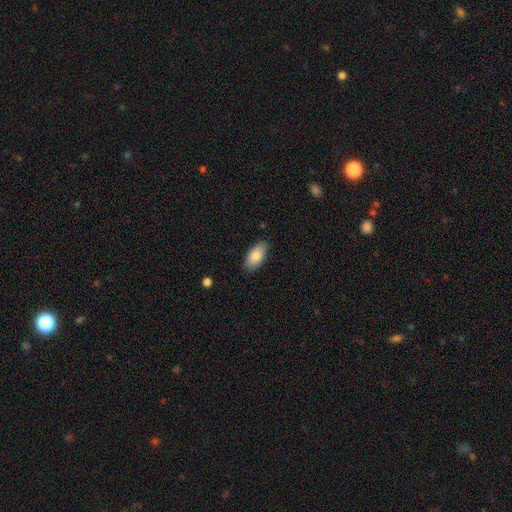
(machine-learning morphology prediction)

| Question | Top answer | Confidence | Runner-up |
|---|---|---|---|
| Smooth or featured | smooth | 82% | featured or disk (11%) |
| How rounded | in between | 93% | cigar-shaped (4%) |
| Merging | none | 85% | minor disturbance (12%) |